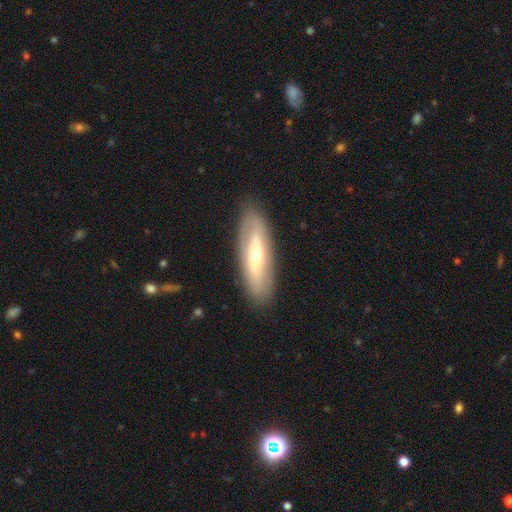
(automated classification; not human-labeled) Smooth or featured: featured or disk — 57% (smooth — 37%)
Edge-on disk: no — 67% (yes — 33%)
Merging: none — 85% (minor disturbance — 10%)